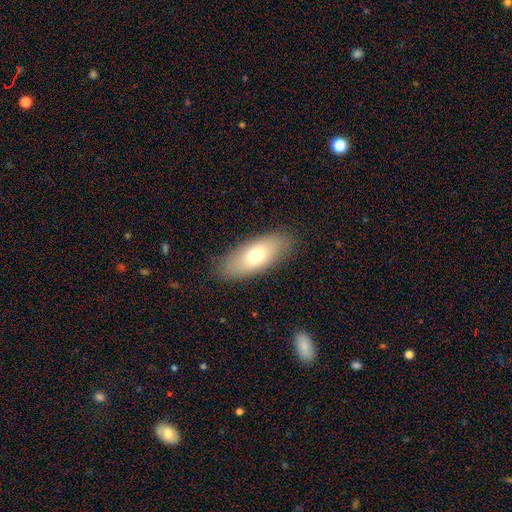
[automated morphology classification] type=smooth (70%); roundness=in between (83%); merging=none (86%).